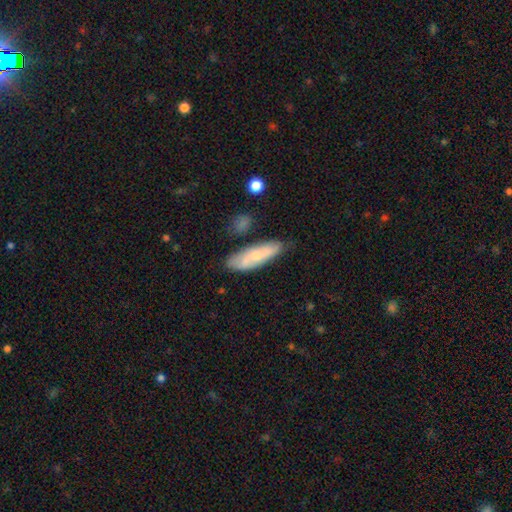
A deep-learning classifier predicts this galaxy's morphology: This appears to be a smooth galaxy with no disk features (57%) that is in between round and cigar-shaped (51%). Merging: none (65%).